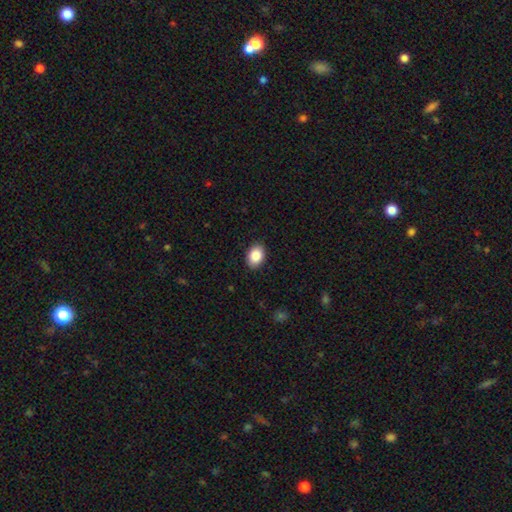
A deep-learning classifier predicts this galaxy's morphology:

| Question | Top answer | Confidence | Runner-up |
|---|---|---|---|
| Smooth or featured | smooth | 87% | star or artifact (8%) |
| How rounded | in between | 79% | round (20%) |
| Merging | none | 88% | minor disturbance (9%) |